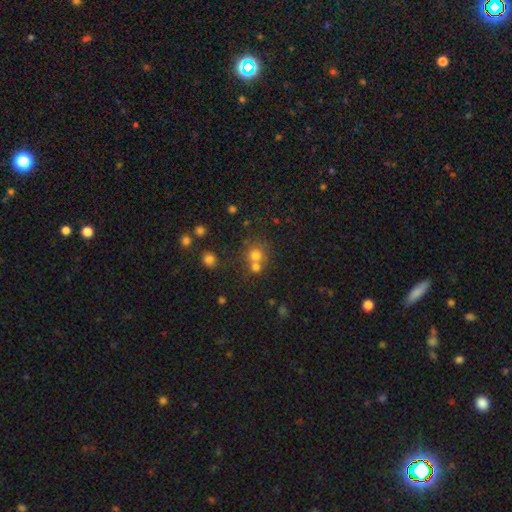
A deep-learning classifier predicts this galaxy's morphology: A smooth galaxy with no disk features (70%) that is round (86%). Merging: none (49%).